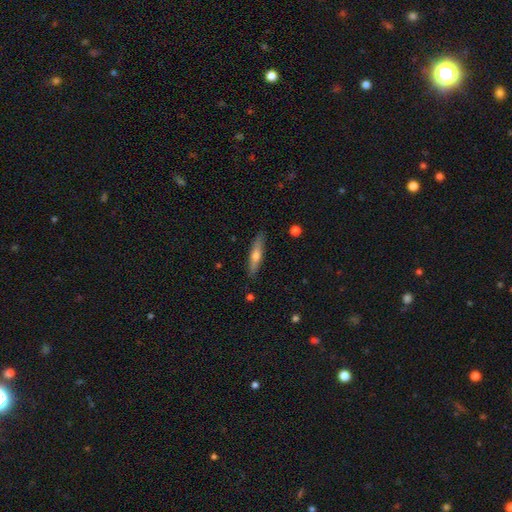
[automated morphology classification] Smooth or featured?
  - smooth: 48% *
  - featured or disk: 46%
  - star or artifact: 6%
Merging?
  - none: 89% *
  - minor disturbance: 9%
  - major disturbance: 2%
  - merger: 1%